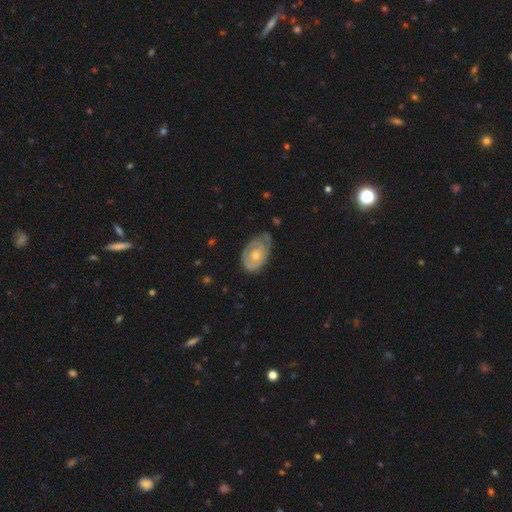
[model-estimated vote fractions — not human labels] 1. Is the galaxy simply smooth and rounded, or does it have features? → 58% featured or disk, 36% smooth, 5% star or artifact.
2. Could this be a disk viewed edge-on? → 95% no, 5% yes.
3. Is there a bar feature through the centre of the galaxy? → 85% no, 13% weak, 2% strong.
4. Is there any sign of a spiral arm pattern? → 65% yes, 35% no.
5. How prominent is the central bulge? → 49% small, 46% moderate, 2% large, 2% none, 1% dominant.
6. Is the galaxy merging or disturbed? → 49% none, 36% minor disturbance, 13% major disturbance, 2% merger.